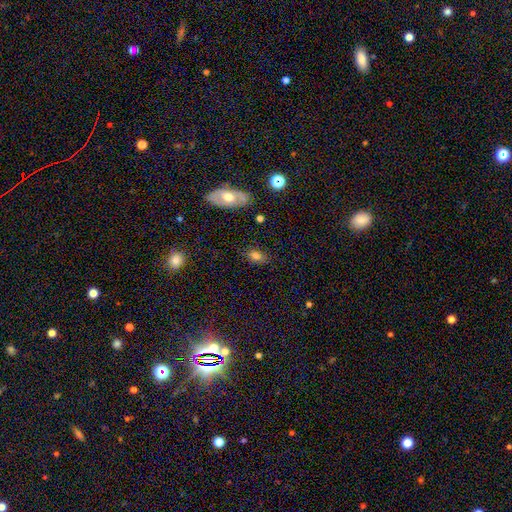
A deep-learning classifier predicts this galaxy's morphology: Overall: smooth (74%). How rounded: in between (84%). Merging: none (81%).